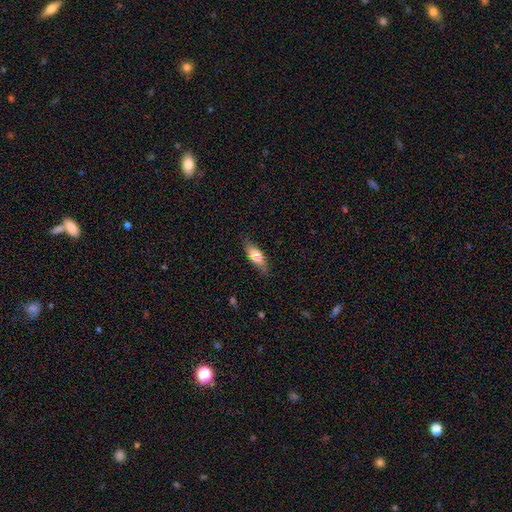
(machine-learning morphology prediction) Smooth or featured? Predicted: smooth (p=0.74). How rounded? Predicted: in between (p=0.73). Merging? Predicted: none (p=0.77).